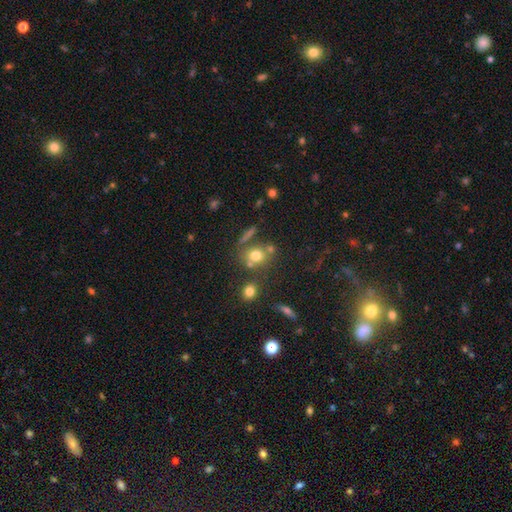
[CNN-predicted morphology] Overall: smooth (71%). How rounded: round (74%). Merging: none (58%; merger 23%).